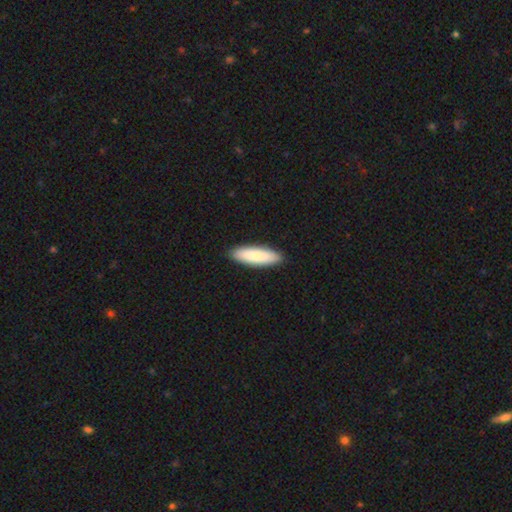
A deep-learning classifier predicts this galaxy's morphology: Q: Smooth or featured?
A: smooth (84%); runner-up: featured or disk (11%)
Q: How rounded?
A: cigar-shaped (56%); runner-up: in between (42%)
Q: Merging?
A: none (91%); runner-up: minor disturbance (7%)